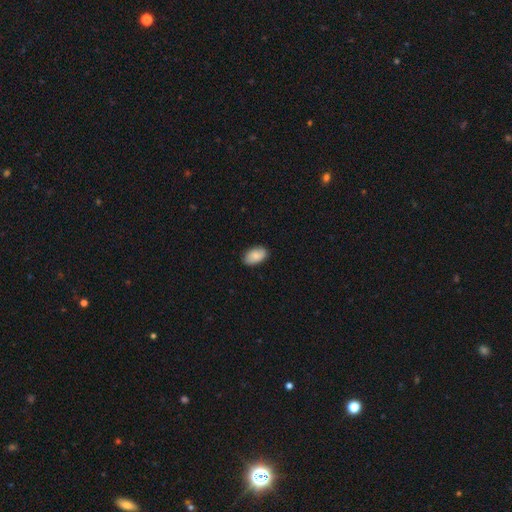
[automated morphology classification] Smooth or featured? Predicted: smooth (p=0.85). How rounded? Predicted: in between (p=0.93). Merging? Predicted: none (p=0.86).